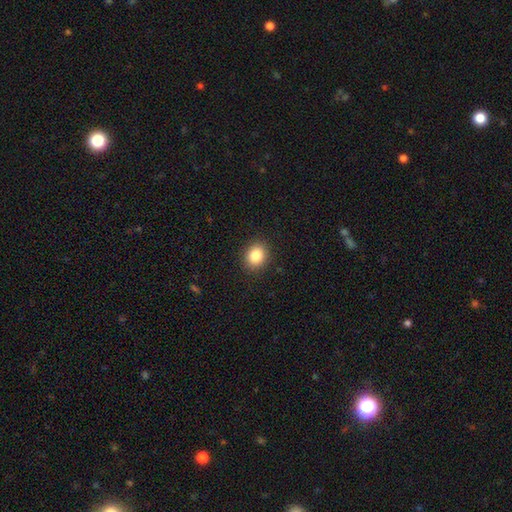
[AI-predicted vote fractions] smooth 85%, star or artifact 10%, featured or disk 6%. Down the decision tree: how rounded — round (59%); merging — none (90%).